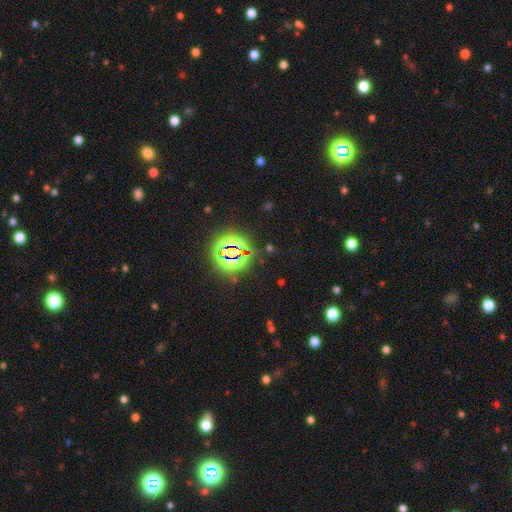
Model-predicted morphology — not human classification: A star or artifact, not a galaxy (82%).

Vote fractions:
- Smooth or featured? star or artifact: 82% / smooth: 11% / featured or disk: 7%